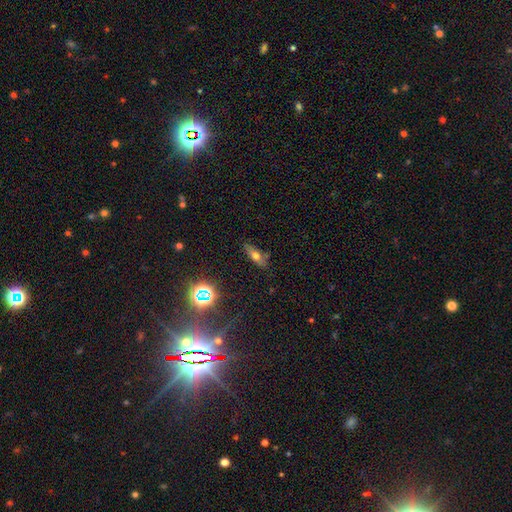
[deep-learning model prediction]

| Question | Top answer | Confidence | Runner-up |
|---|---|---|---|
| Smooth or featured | smooth | 55% | featured or disk (29%) |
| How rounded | in between | 57% | cigar-shaped (37%) |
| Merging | none | 77% | minor disturbance (16%) |